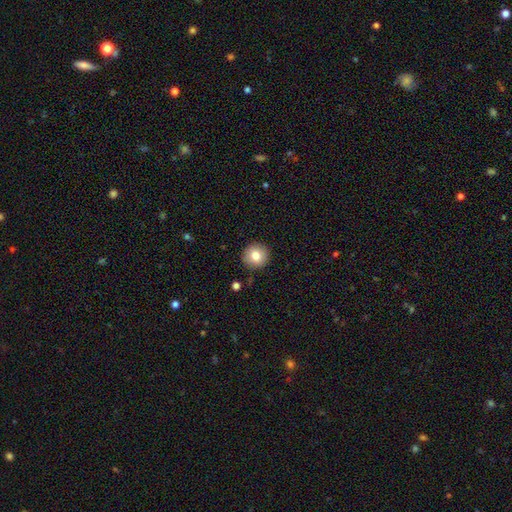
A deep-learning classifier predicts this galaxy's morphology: Smooth or featured? smooth (83%)
How rounded? round (93%)
Merging? none (90%)